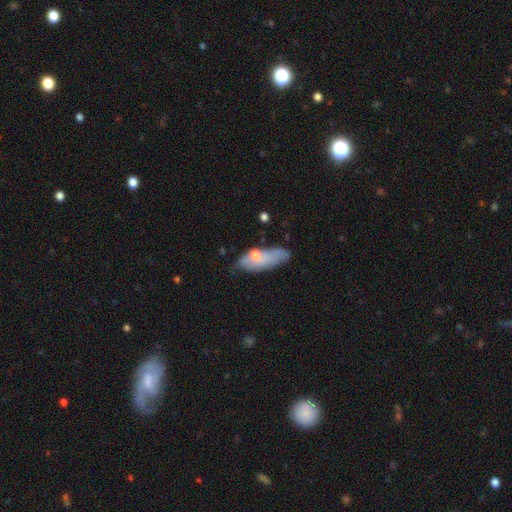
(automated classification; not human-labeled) Smooth or featured? smooth (61%)
How rounded? in between (73%)
Merging? none (35%, tied with minor disturbance)